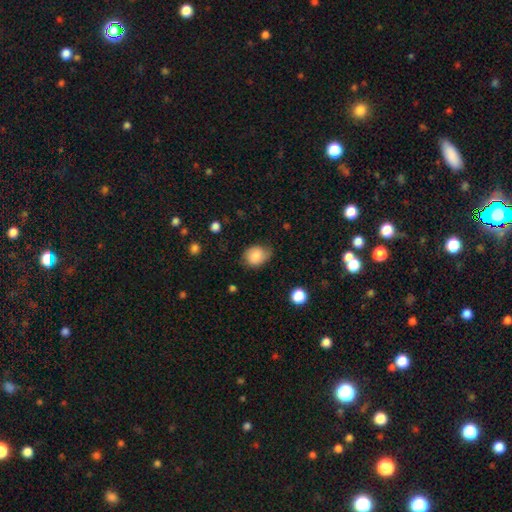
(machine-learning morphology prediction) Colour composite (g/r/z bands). It shows a smooth galaxy with no disk features (82%) that is round (50%). Merging: none (57%).